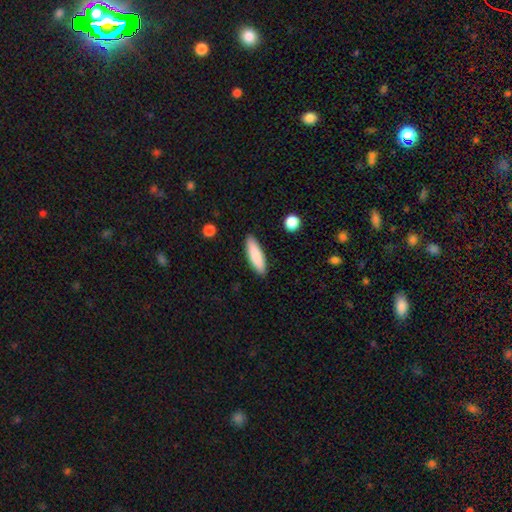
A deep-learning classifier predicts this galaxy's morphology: The model was most divided on "how rounded": cigar-shaped: 61%, in between: 37%, round: 2%. More confident: merging — none (89%); smooth or featured — smooth (85%).